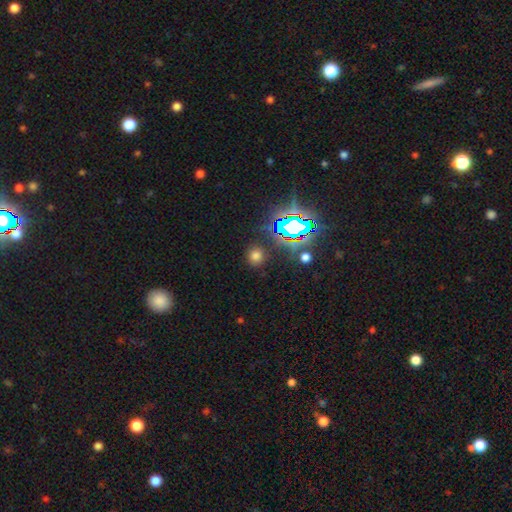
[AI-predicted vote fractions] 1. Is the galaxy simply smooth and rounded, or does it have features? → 64% smooth, 28% star or artifact, 7% featured or disk.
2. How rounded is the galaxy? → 86% round, 12% in between, 1% cigar-shaped.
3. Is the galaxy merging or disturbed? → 86% none, 8% minor disturbance, 3% major disturbance, 3% merger.